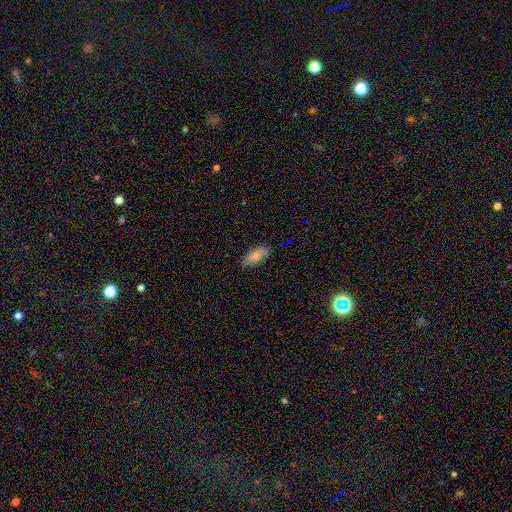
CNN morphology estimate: This appears to be a smooth galaxy with no disk features (74%) that is in between round and cigar-shaped (87%). Merging: none (75%).